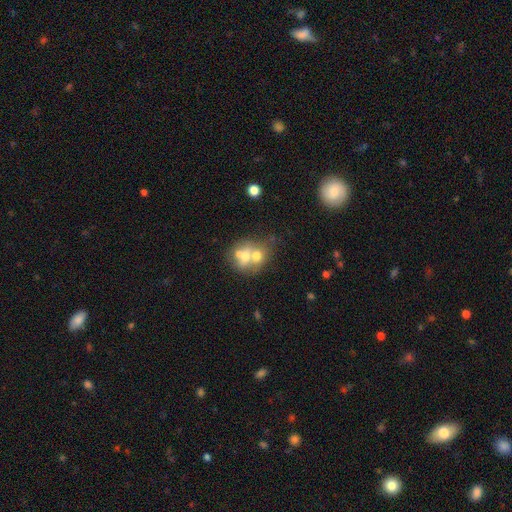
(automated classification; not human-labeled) smooth-or-featured: smooth: 52% | featured or disk: 33% | star or artifact: 15%
  how-rounded: round: 70% | in between: 29% | cigar-shaped: 1%
  merging: merger: 61% | none: 27% | minor disturbance: 7% | major disturbance: 4%